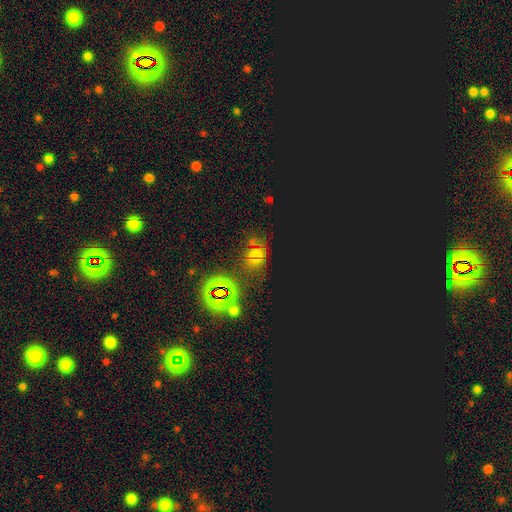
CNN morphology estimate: smooth_or_featured: star or artifact (p=0.49) [alt: smooth p=0.39]